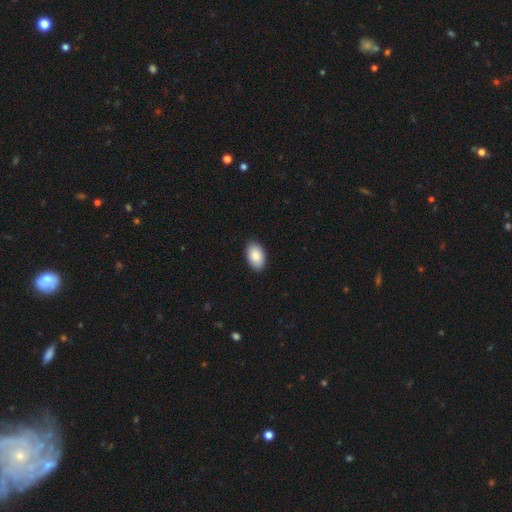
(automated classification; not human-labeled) smooth 88%, star or artifact 6%, featured or disk 5%. Down the decision tree: how rounded — in between (94%); merging — none (90%).